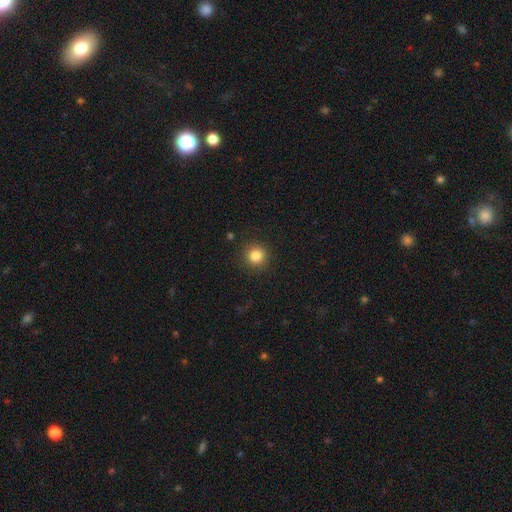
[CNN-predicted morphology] type=smooth (84%); roundness=round (93%); merging=none (90%).